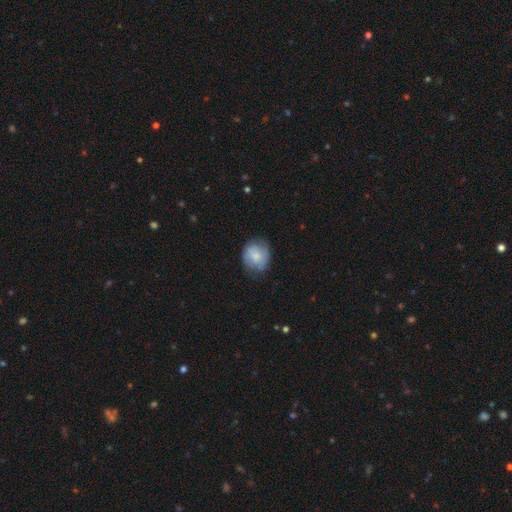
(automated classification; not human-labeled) Smooth or featured? smooth (70%)
How rounded? round (69%)
Merging? none (72%)